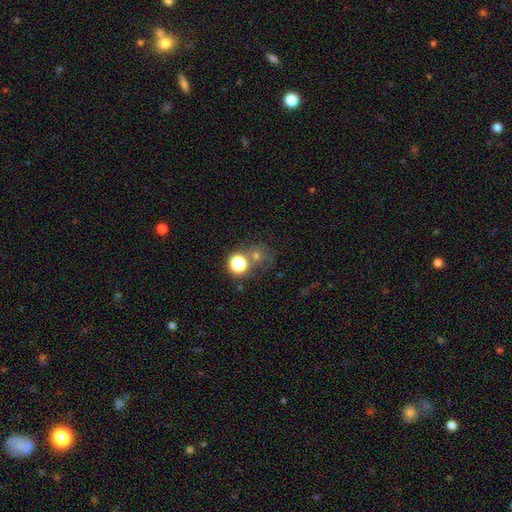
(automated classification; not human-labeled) Overall: smooth (54%; star or artifact 33%). How rounded: round (86%). Merging: none (57%; merger 24%).